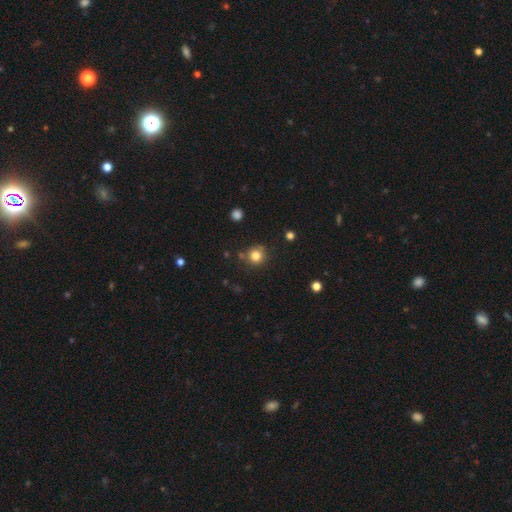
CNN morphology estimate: Overall: smooth (81%). How rounded: round (92%). Merging: none (80%).